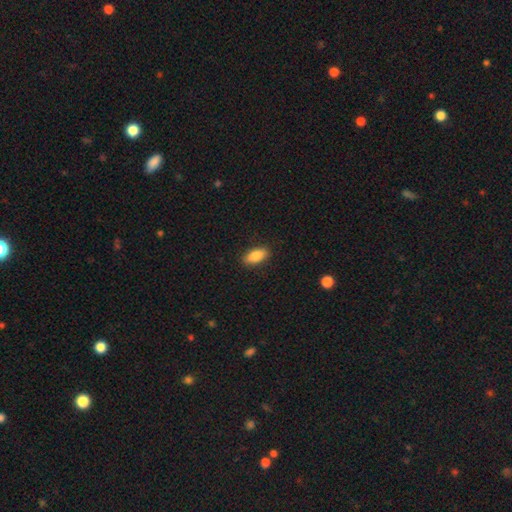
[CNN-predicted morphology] Overall: smooth (86%). How rounded: in between (87%). Merging: none (88%).